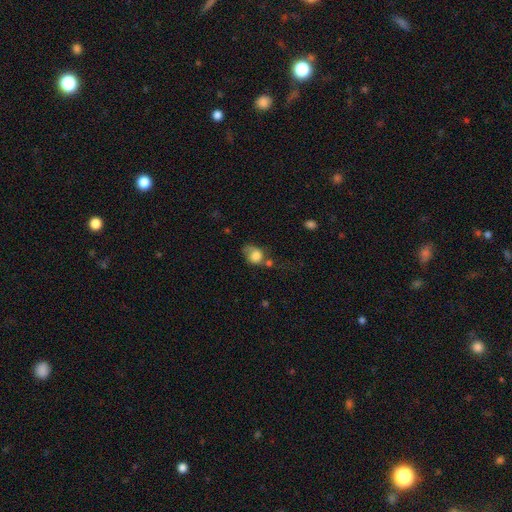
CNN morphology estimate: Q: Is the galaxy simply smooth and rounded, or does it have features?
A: smooth — 75%.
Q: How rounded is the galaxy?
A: round — 55%.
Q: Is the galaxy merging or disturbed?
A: none — 30%.